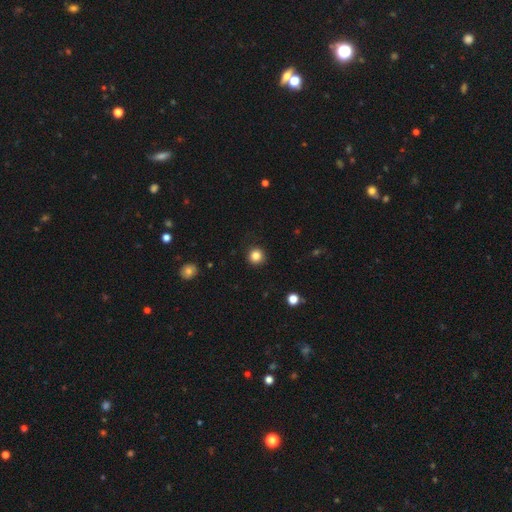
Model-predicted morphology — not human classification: smooth 84%, star or artifact 12%, featured or disk 4%. Down the decision tree: how rounded — round (95%); merging — none (92%).